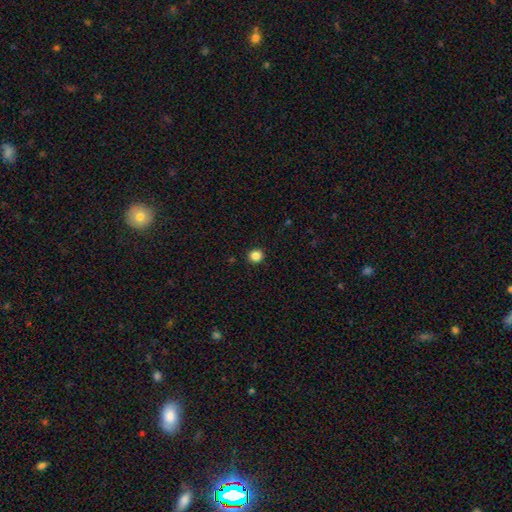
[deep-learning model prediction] A smooth galaxy with no disk features (86%) that is round (92%).

Vote fractions:
- Smooth or featured? smooth: 86% / star or artifact: 11% / featured or disk: 3%
- How rounded? round: 92% / in between: 7% / cigar-shaped: 1%
- Merging? none: 93% / minor disturbance: 5% / major disturbance: 2% / merger: 1%